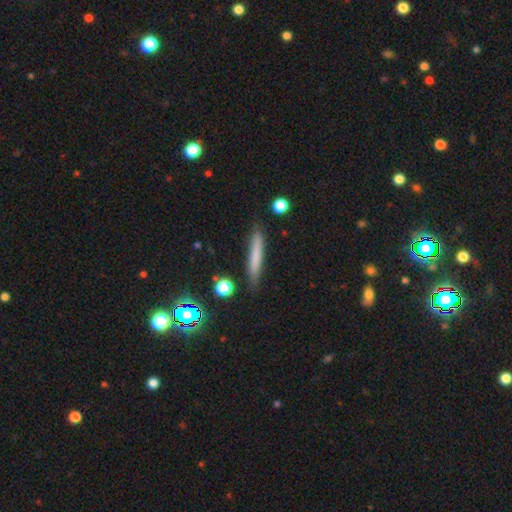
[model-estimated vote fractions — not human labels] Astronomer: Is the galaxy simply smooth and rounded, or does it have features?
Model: smooth — 70%.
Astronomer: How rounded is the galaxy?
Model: cigar-shaped — 93%.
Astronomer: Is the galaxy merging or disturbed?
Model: none — 86%.